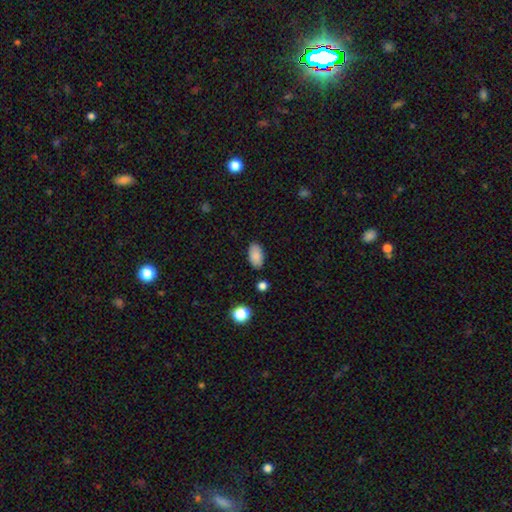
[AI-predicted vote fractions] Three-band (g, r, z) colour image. It shows a smooth galaxy with no disk features (87%) that is in between round and cigar-shaped (94%). Merging: none (85%).